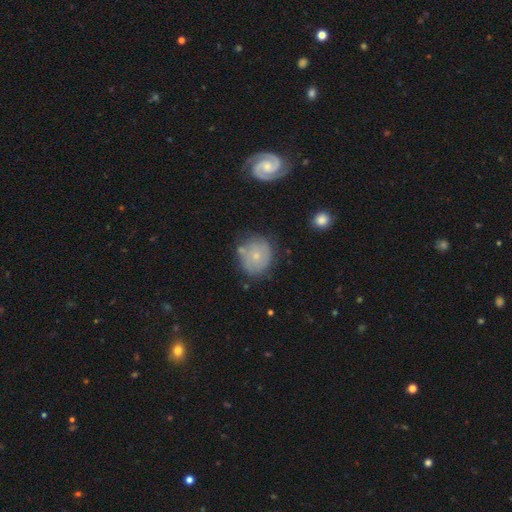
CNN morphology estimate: Smooth or featured? smooth (54%)
How rounded? round (80%)
Merging? none (62%)